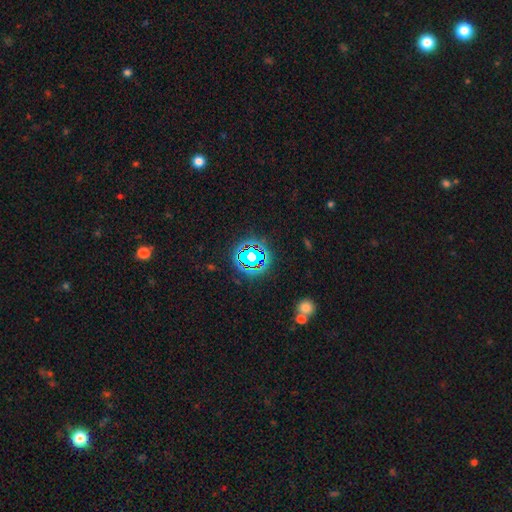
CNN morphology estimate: Q: Smooth or featured?
A: star or artifact (73%); runner-up: smooth (16%)